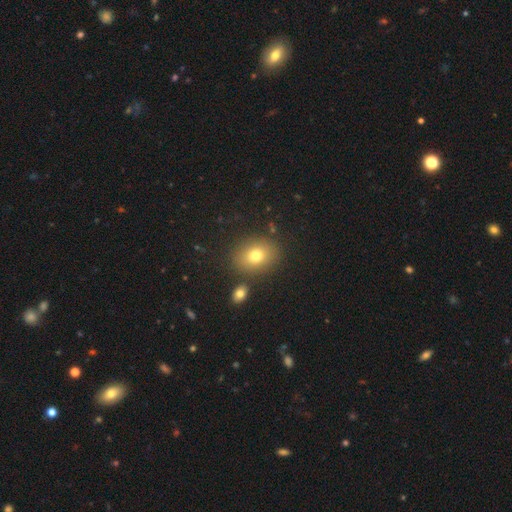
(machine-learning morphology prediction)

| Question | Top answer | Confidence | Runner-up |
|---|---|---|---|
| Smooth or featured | smooth | 76% | featured or disk (12%) |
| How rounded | in between | 58% | round (41%) |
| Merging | none | 81% | minor disturbance (9%) |